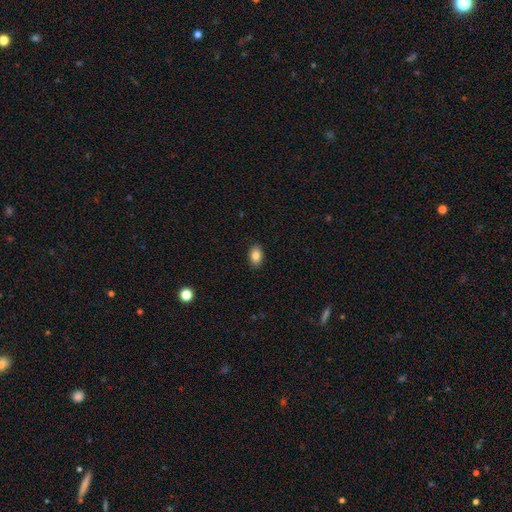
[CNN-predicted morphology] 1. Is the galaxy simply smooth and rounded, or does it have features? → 85% smooth, 8% star or artifact, 6% featured or disk.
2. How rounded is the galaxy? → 87% in between, 12% round, 1% cigar-shaped.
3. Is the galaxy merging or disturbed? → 89% none, 8% minor disturbance, 2% major disturbance, 1% merger.